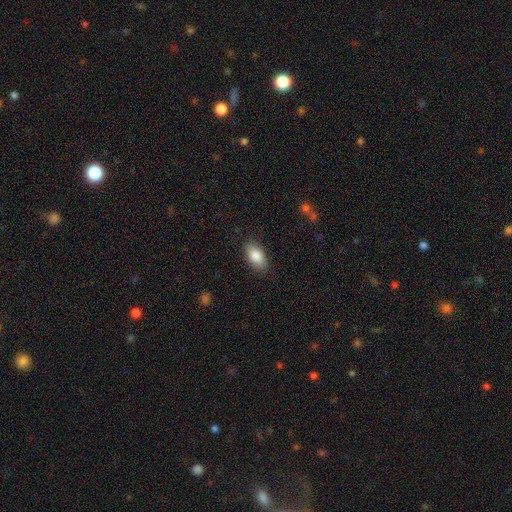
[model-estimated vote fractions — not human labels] Morphology: type=smooth (86%); roundness=in between (93%); merging=none (86%).